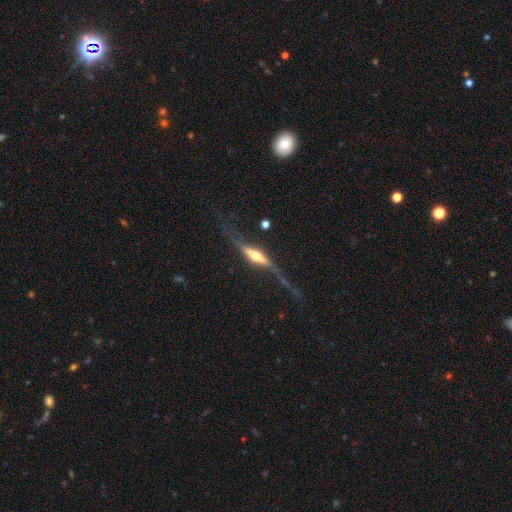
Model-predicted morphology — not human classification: Q: Smooth or featured?
A: featured or disk (81%); runner-up: smooth (14%)
Q: Edge-on disk?
A: yes (85%); runner-up: no (15%)
Q: Edge-on bulge?
A: rounded (83%); runner-up: boxy (12%)
Q: Merging?
A: none (51%); runner-up: major disturbance (25%)